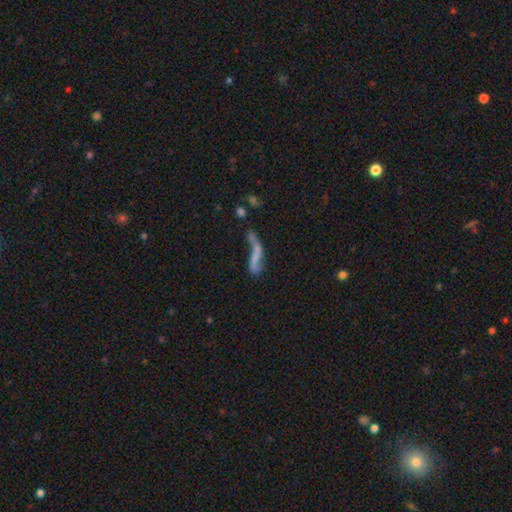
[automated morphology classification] smooth_or_featured: featured or disk (p=0.49) [alt: smooth p=0.38]
merging: major disturbance (p=0.30) [alt: none p=0.28]